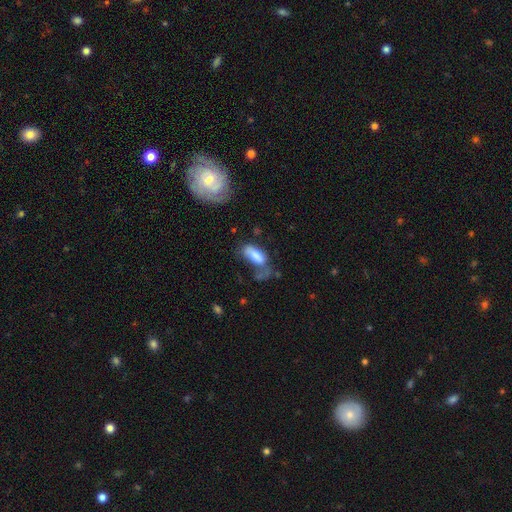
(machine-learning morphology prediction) This appears to be a smooth galaxy with no disk features (69%) that is in between round and cigar-shaped (83%). Merging: major disturbance (37%).